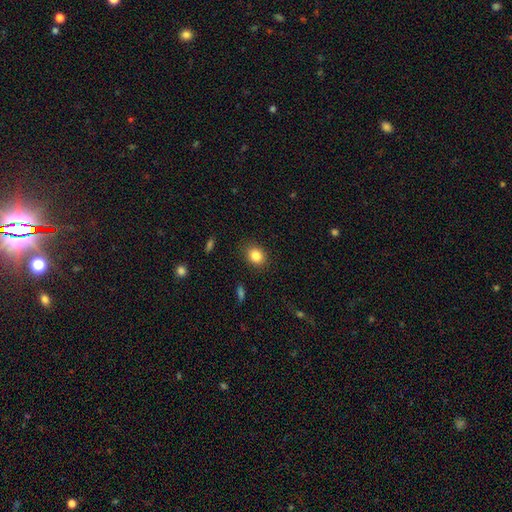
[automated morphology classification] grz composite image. It shows a smooth galaxy with no disk features (84%) that is round (53%). Merging: none (86%).